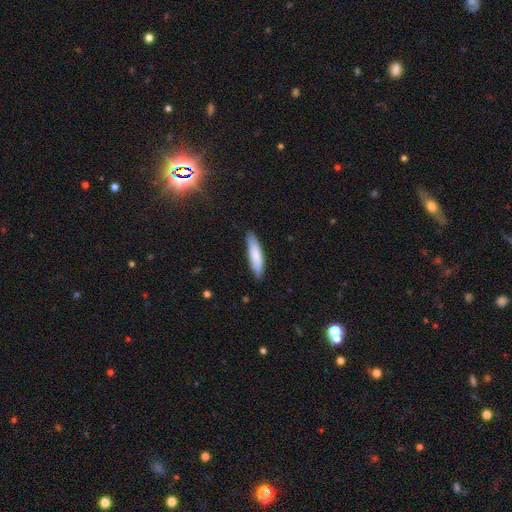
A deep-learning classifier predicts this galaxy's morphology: Overall: smooth (81%). How rounded: cigar-shaped (74%). Merging: none (86%).